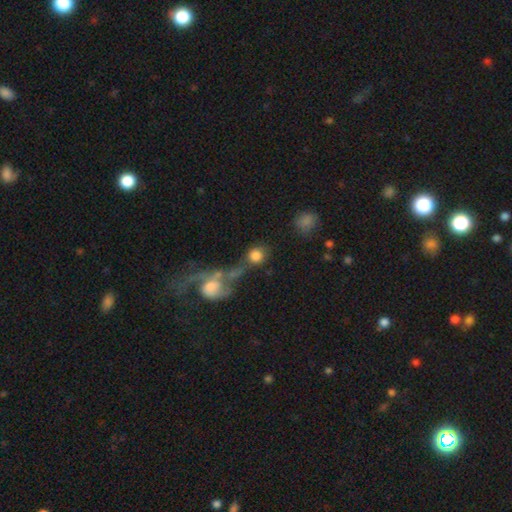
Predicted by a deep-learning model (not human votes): The model was most divided on "merging": none: 40%, merger: 38%, major disturbance: 11%, minor disturbance: 11%. More confident: how rounded — round (83%); smooth or featured — smooth (77%).